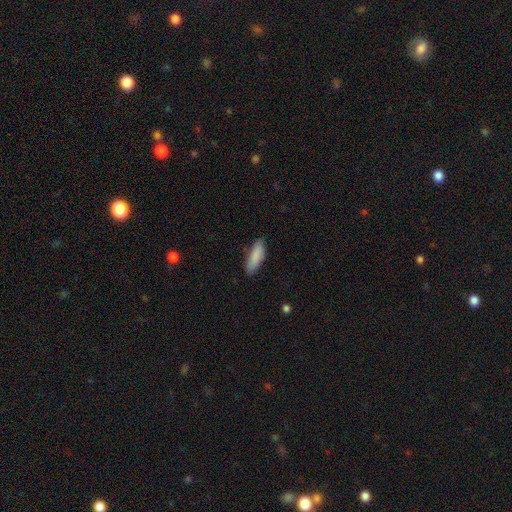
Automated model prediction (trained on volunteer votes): Smooth or featured?
  - smooth: 87% *
  - featured or disk: 7%
  - star or artifact: 6%
How rounded?
  - in between: 59% *
  - cigar-shaped: 39%
  - round: 1%
Merging?
  - none: 81% *
  - minor disturbance: 15%
  - major disturbance: 3%
  - merger: 1%